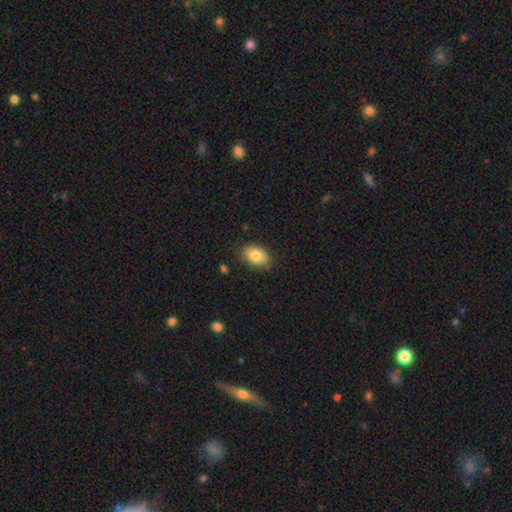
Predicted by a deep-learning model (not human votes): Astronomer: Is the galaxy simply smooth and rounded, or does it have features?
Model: smooth — 82%.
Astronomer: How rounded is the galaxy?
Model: in between — 86%.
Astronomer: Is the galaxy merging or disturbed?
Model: none — 83%.